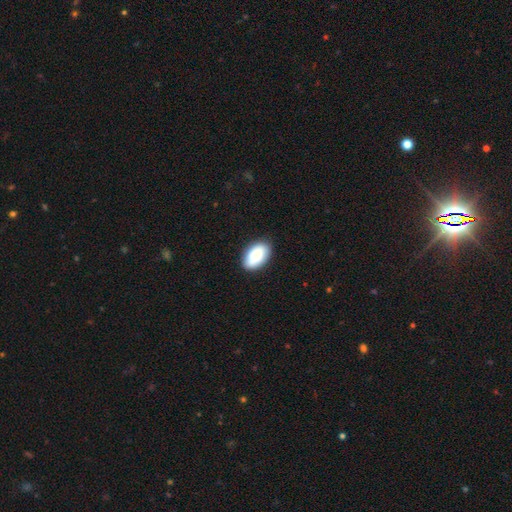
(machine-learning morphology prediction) type=smooth (83%); roundness=in between (92%); merging=none (86%).